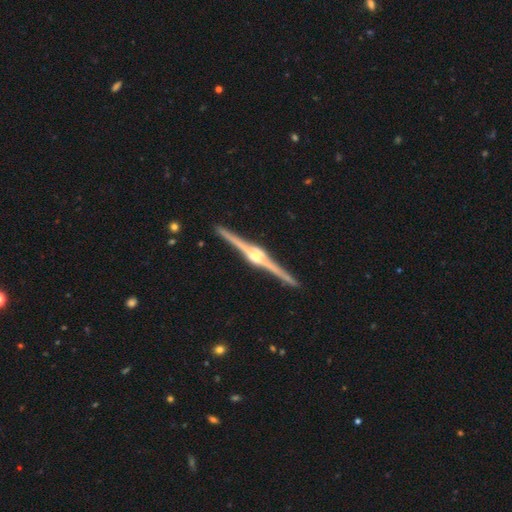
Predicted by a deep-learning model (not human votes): The model was most divided on "edge-on bulge": rounded: 89%, boxy: 9%, none: 2%. More confident: edge-on disk — yes (99%); merging — none (93%); smooth or featured — featured or disk (92%).